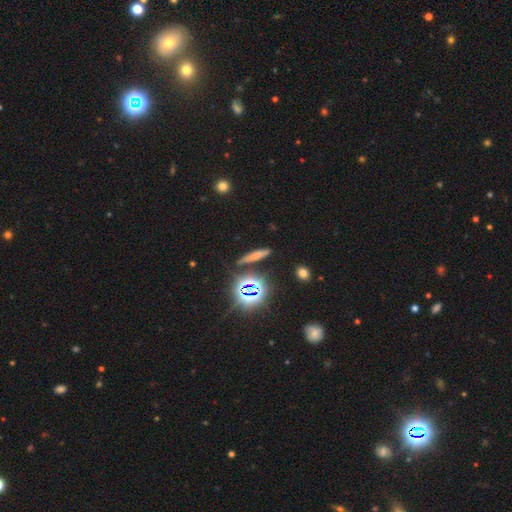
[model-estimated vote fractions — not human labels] A smooth galaxy with no disk features (55%) that is cigar-shaped (80%).

Vote fractions:
- Smooth or featured? smooth: 55% / star or artifact: 28% / featured or disk: 17%
- How rounded? cigar-shaped: 80% / in between: 13% / round: 7%
- Merging? none: 80% / minor disturbance: 12% / merger: 5% / major disturbance: 4%